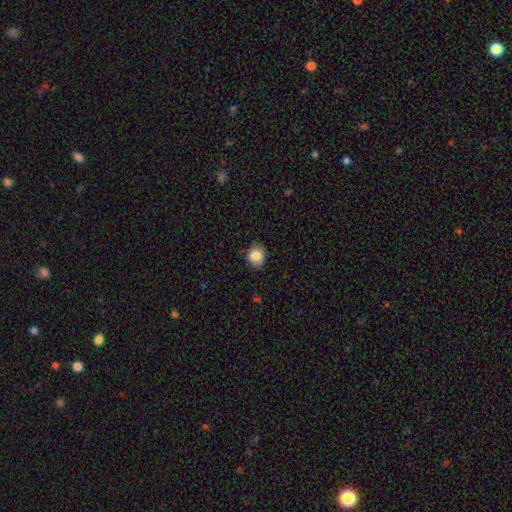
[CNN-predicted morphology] A smooth galaxy with no disk features (86%) that is round (64%).

Vote fractions:
- Smooth or featured? smooth: 86% / star or artifact: 9% / featured or disk: 6%
- How rounded? round: 64% / in between: 35% / cigar-shaped: 1%
- Merging? none: 80% / minor disturbance: 16% / major disturbance: 3% / merger: 1%